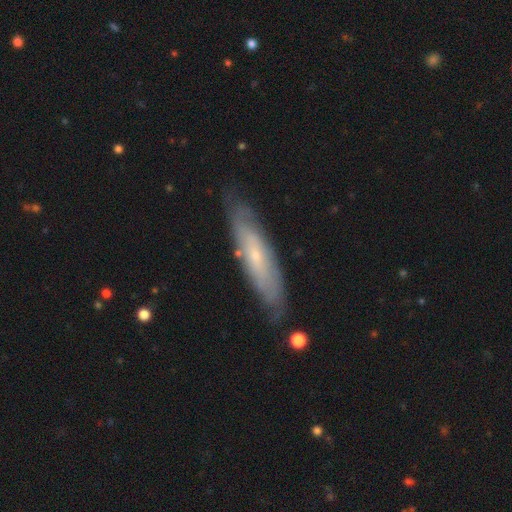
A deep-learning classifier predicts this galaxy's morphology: Smooth or featured?
  - featured or disk: 62% *
  - smooth: 32%
  - star or artifact: 6%
Edge-on disk?
  - no: 59% *
  - yes: 41%
Merging?
  - none: 78% *
  - minor disturbance: 16%
  - major disturbance: 4%
  - merger: 2%